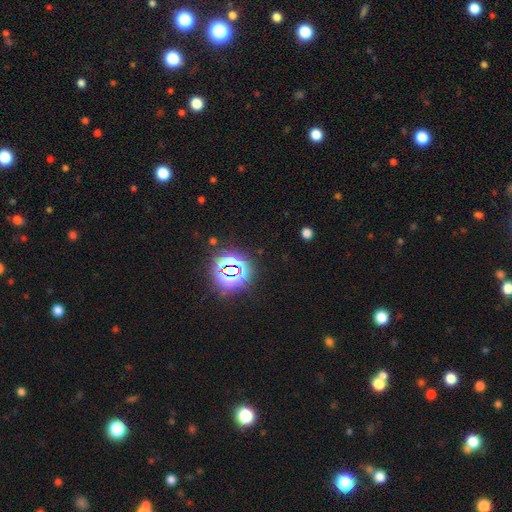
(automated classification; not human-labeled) This appears to be a star or artifact, not a galaxy (76%).